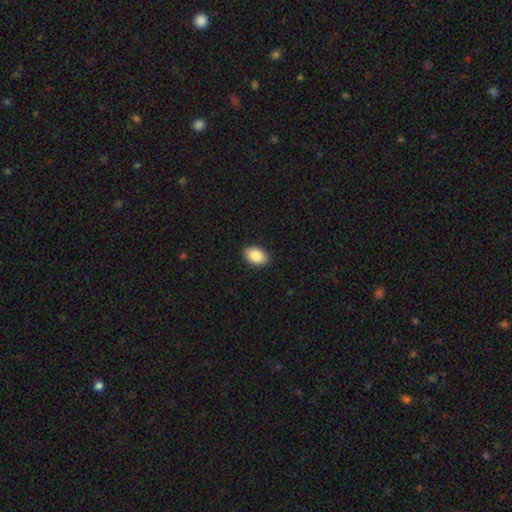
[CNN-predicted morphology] This is clearly a smooth galaxy (88%). How rounded: clearly in between (89%). Merging: clearly none (90%).